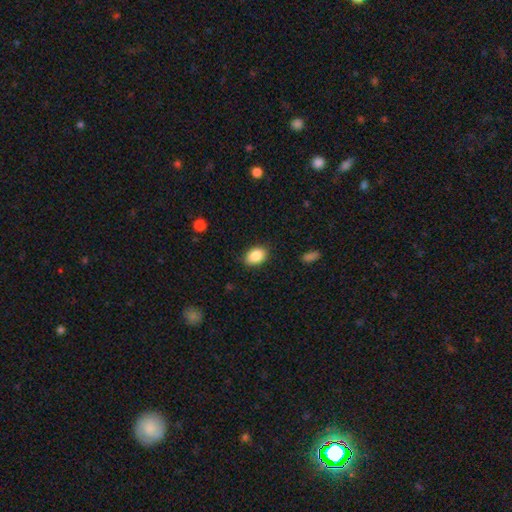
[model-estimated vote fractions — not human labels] Morphology: type=smooth (88%); roundness=in between (85%); merging=none (85%).